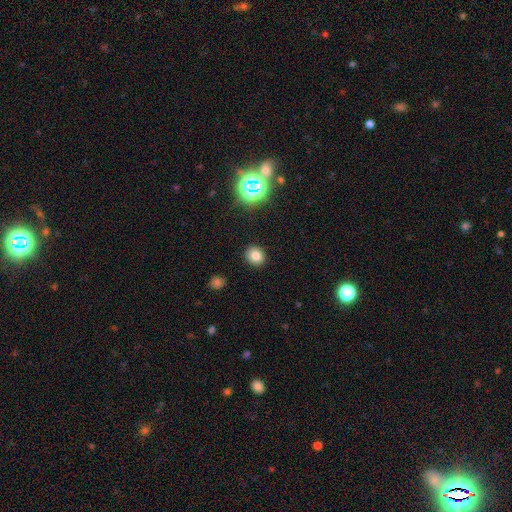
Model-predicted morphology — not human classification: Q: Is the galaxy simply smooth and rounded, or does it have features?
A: smooth — 77%.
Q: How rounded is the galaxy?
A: round — 76%.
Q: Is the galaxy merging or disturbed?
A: none — 90%.